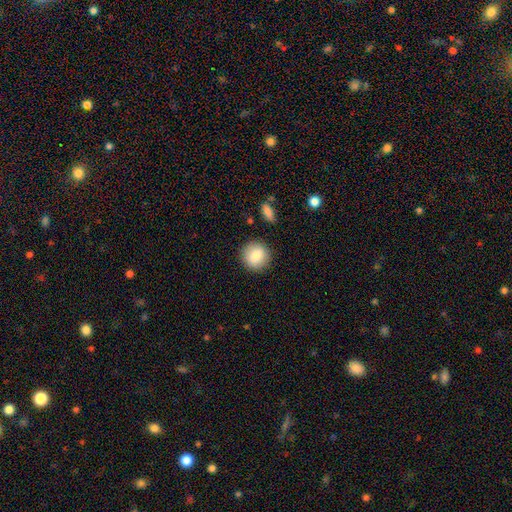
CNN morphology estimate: The model was most divided on "smooth or featured": smooth: 84%, featured or disk: 8%, star or artifact: 7%. More confident: how rounded — round (88%); merging — none (87%).